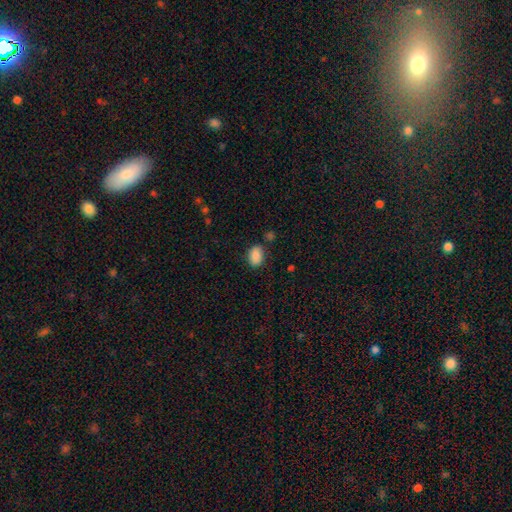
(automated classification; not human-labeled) This is clearly a smooth galaxy (88%). How rounded: clearly in between (84%). Merging: likely none (79%).